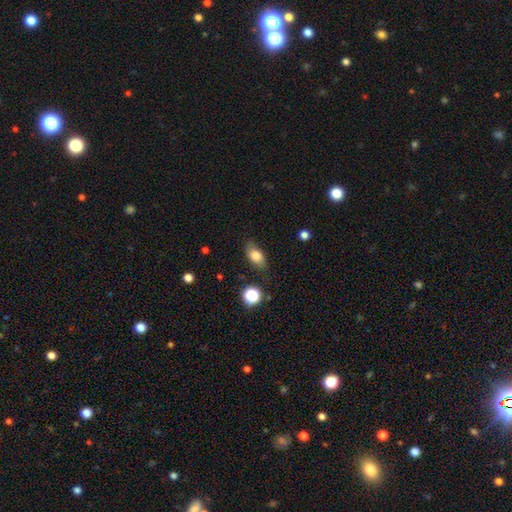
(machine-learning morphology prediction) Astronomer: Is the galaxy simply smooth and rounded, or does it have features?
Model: smooth — 78%.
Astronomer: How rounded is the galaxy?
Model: in between — 83%.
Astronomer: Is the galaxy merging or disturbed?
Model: none — 76%.